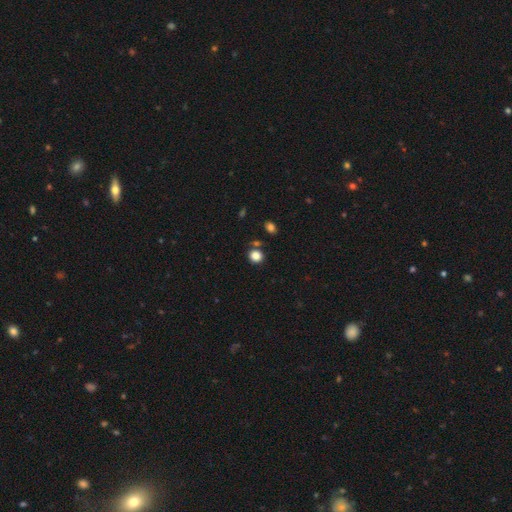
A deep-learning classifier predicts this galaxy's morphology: smooth 84%, star or artifact 12%, featured or disk 5%. Down the decision tree: how rounded — round (82%); merging — none (78%).